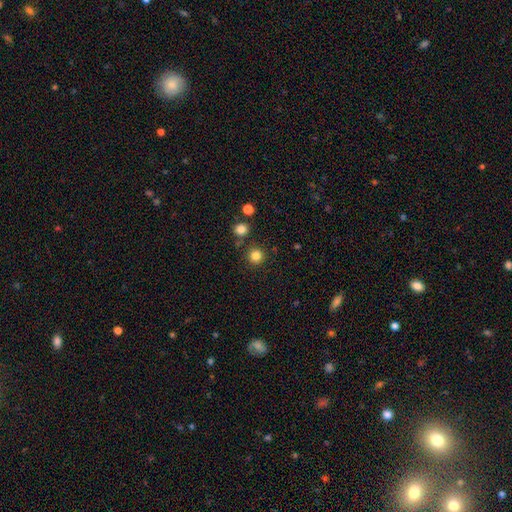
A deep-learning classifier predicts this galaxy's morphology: The model was most divided on "smooth or featured": smooth: 83%, star or artifact: 12%, featured or disk: 4%. More confident: how rounded — round (95%); merging — none (86%).